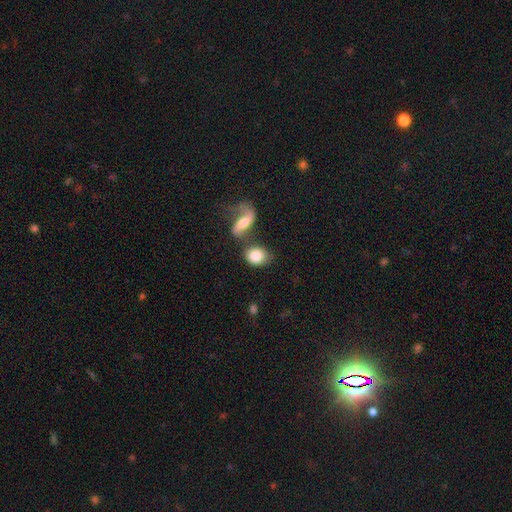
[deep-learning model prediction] Smooth or featured: smooth — 81% (featured or disk — 13%)
How rounded: in between — 62% (round — 36%)
Merging: none — 45% (merger — 34%)